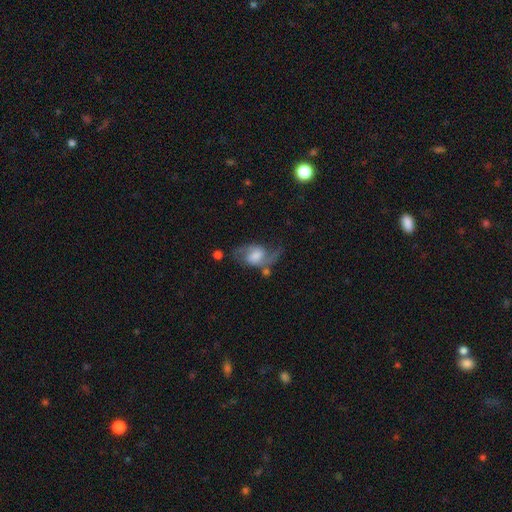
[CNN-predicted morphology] Smooth or featured? featured or disk (79%)
Edge-on disk? no (97%)
Bar? weak (47%)
Spiral arms? yes (94%)
Spiral winding? medium (45%)
Spiral arm count? 2 (90%)
Bulge size? moderate (38%)
Merging? none (60%)